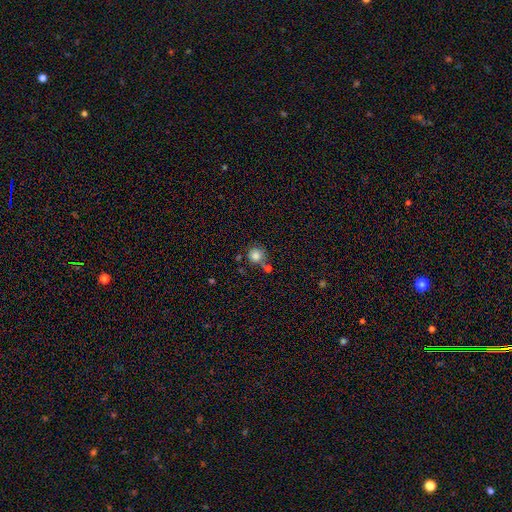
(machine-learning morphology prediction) This is clearly a smooth galaxy (83%). How rounded: clearly round (92%). Merging: likely none (60%).